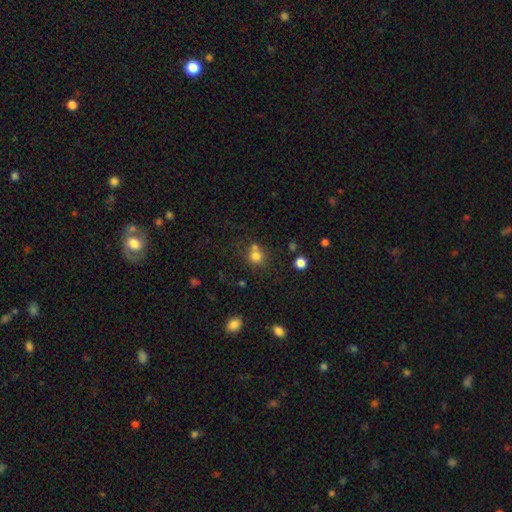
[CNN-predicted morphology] type=smooth (76%); roundness=round (82%); merging=none (53%).